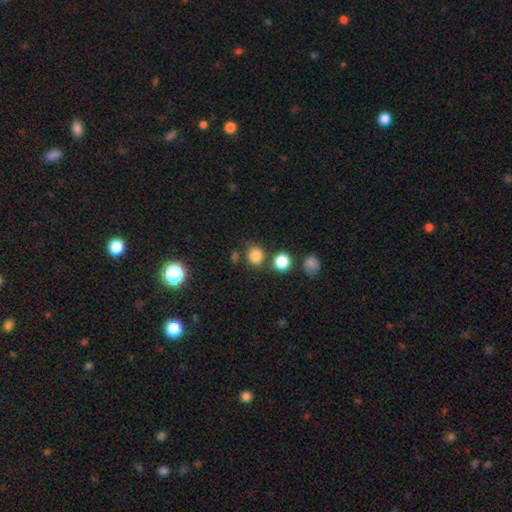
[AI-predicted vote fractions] This is clearly a smooth galaxy (82%). How rounded: clearly round (84%). Merging: likely none (75%).